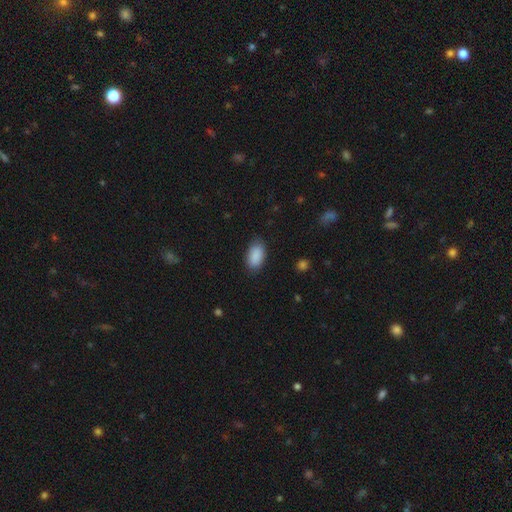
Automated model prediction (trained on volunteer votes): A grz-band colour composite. It shows a smooth galaxy with no disk features (90%) that is in between round and cigar-shaped (94%). Merging: none (84%).